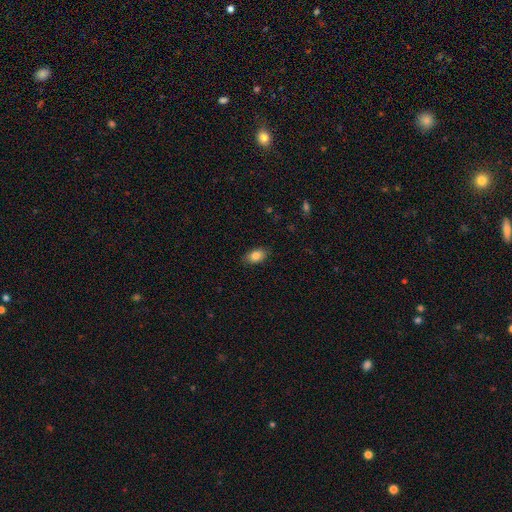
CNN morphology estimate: smooth_or_featured: smooth (p=0.84) [alt: featured or disk p=0.08]
how_rounded: in between (p=0.89) [alt: round p=0.09]
merging: none (p=0.85) [alt: minor disturbance p=0.12]